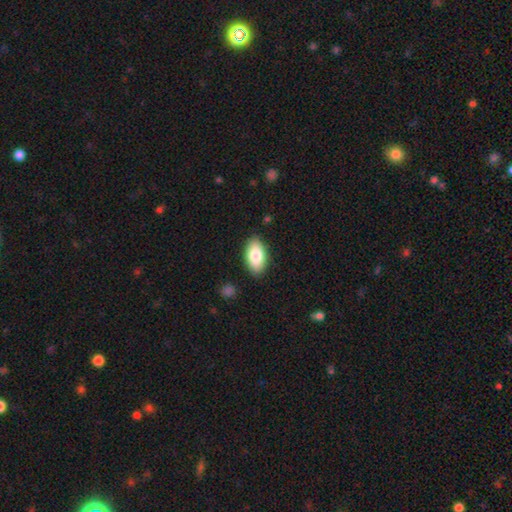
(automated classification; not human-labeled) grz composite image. It shows a smooth galaxy with no disk features (82%) that is in between round and cigar-shaped (94%). Merging: none (86%).